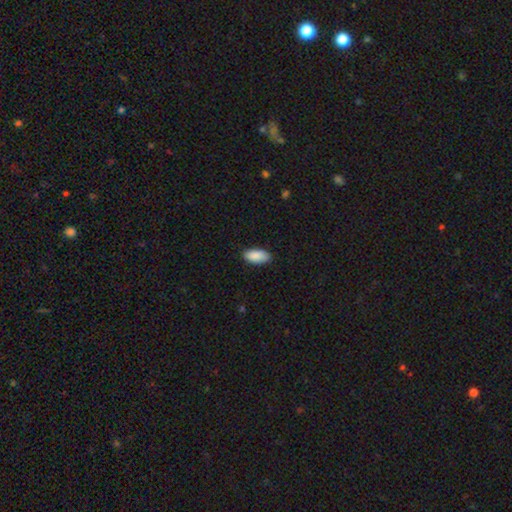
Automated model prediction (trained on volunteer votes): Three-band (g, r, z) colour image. It shows a smooth galaxy with no disk features (90%) that is in between round and cigar-shaped (92%). Merging: none (86%).